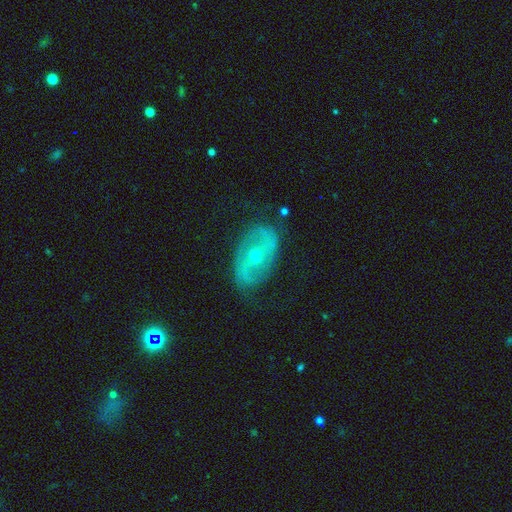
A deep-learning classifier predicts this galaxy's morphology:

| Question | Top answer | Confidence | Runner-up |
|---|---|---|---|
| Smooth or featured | featured or disk | 77% | smooth (16%) |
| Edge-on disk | no | 95% | yes (5%) |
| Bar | no | 43% | weak (30%) |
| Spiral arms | yes | 78% | no (22%) |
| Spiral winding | medium | 41% | loose (38%) |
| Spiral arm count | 2 | 86% | can't tell (8%) |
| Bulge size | small | 61% | moderate (36%) |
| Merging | none | 71% | minor disturbance (19%) |